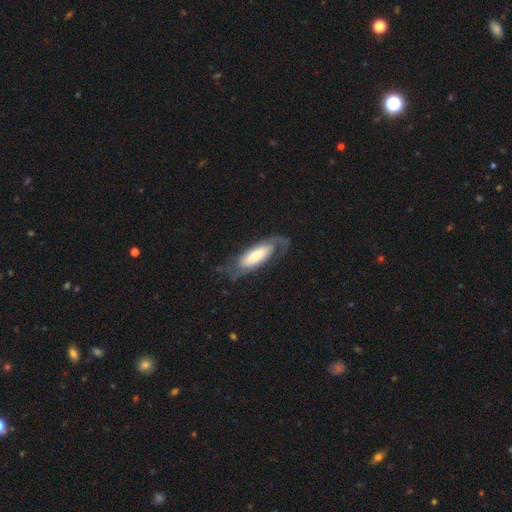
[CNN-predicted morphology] smooth_or_featured: featured or disk (p=0.65) [alt: smooth p=0.29]
disk_edge_on: no (p=0.87) [alt: yes p=0.13]
bar: no (p=0.64) [alt: weak p=0.22]
has_spiral_arms: yes (p=0.89) [alt: no p=0.11]
spiral_winding: medium (p=0.40) [alt: loose p=0.32]
spiral_arm_count: 2 (p=0.77) [alt: can't tell p=0.11]
bulge_size: large (p=0.31) [alt: small p=0.25]
merging: none (p=0.62) [alt: minor disturbance p=0.20]